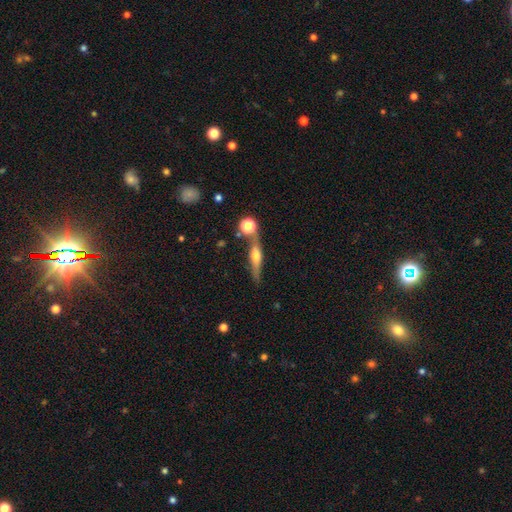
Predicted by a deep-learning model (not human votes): Smooth or featured: featured or disk — 59% (smooth — 32%)
Edge-on disk: yes — 91% (no — 9%)
Edge-on bulge: rounded — 88% (boxy — 7%)
Merging: none — 66% (merger — 16%)